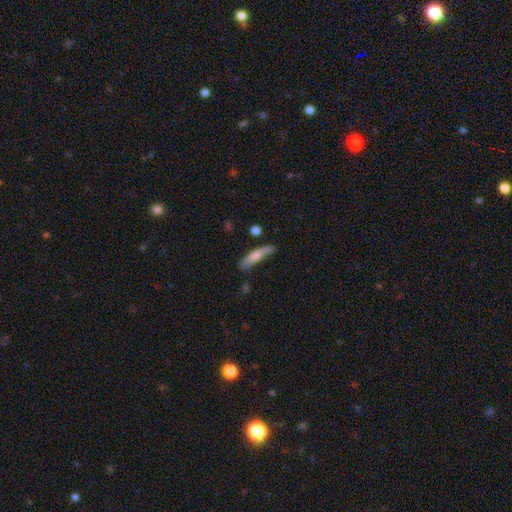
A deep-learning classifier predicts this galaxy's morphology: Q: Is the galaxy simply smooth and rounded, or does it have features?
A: smooth — 72%.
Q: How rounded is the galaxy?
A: cigar-shaped — 78%.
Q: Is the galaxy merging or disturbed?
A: none — 59%.